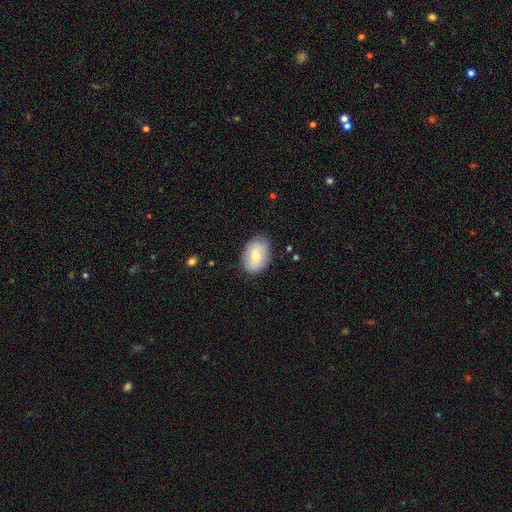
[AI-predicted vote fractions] Smooth or featured: smooth — 67% (featured or disk — 26%)
How rounded: in between — 81% (round — 18%)
Merging: none — 83% (minor disturbance — 13%)